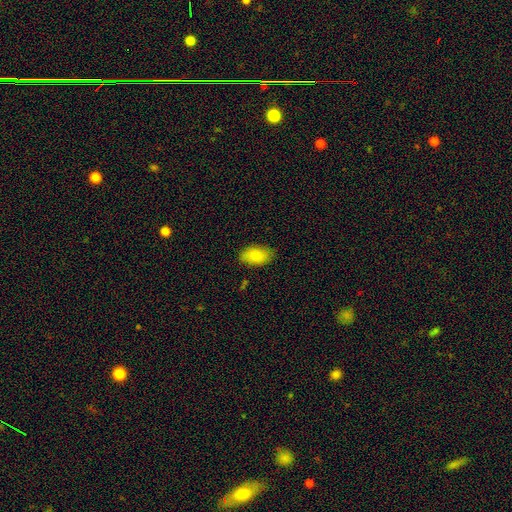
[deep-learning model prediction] Smooth or featured? Predicted: smooth (p=0.85). How rounded? Predicted: in between (p=0.94). Merging? Predicted: none (p=0.83).